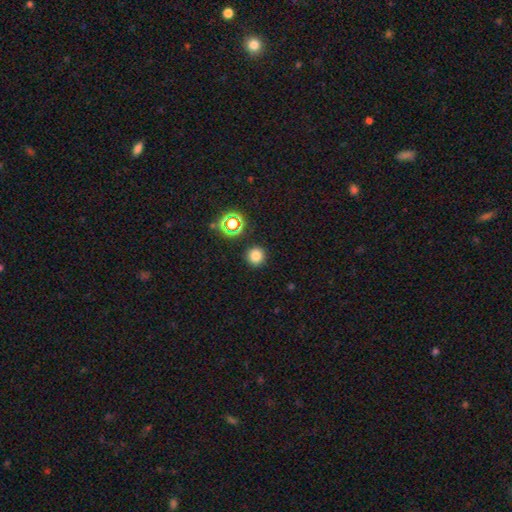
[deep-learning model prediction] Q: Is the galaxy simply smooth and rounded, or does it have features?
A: smooth — 77%.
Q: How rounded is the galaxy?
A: round — 93%.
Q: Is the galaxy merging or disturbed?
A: none — 90%.